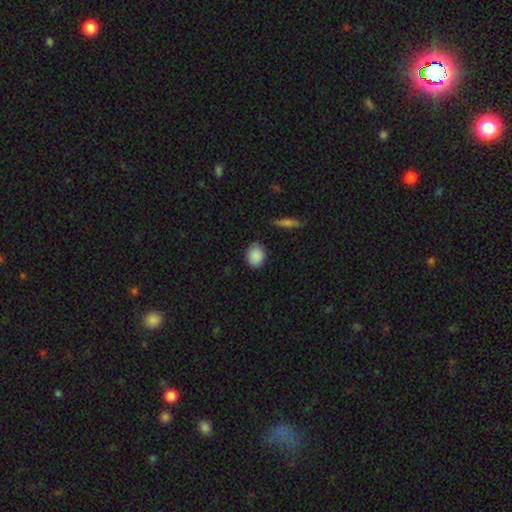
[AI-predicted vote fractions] Smooth or featured? Predicted: smooth (p=0.88). How rounded? Predicted: round (p=0.58). Merging? Predicted: none (p=0.80).